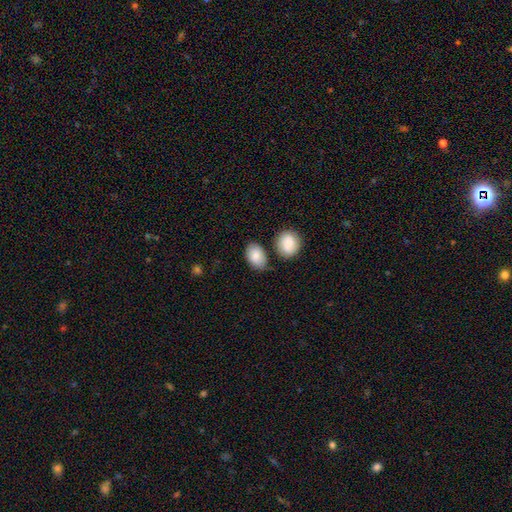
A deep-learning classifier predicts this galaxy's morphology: The model was most divided on "merging": none: 65%, minor disturbance: 19%, merger: 11%, major disturbance: 4%. More confident: how rounded — in between (84%); smooth or featured — smooth (83%).